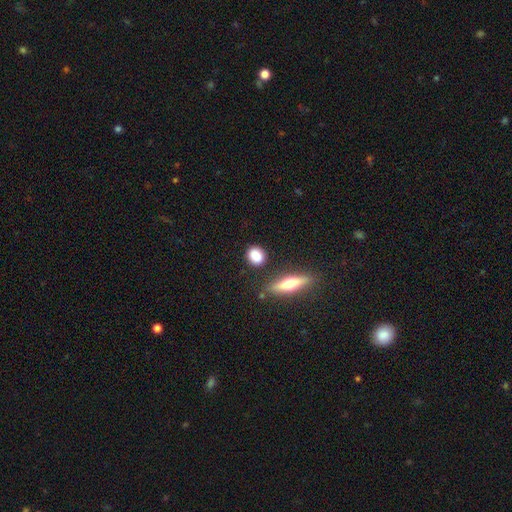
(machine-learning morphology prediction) Q: Smooth or featured?
A: smooth (83%); runner-up: featured or disk (9%)
Q: How rounded?
A: round (61%); runner-up: in between (33%)
Q: Merging?
A: none (82%); runner-up: minor disturbance (11%)